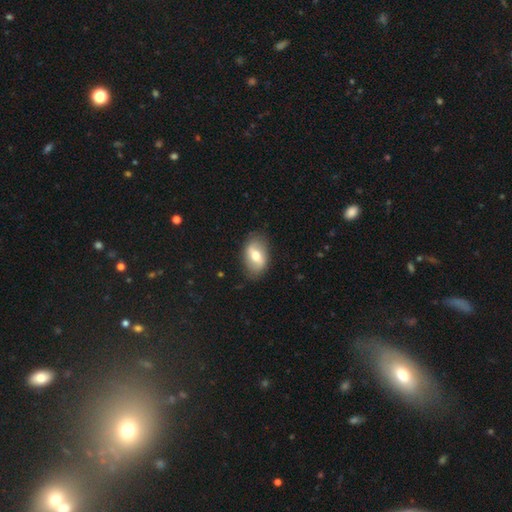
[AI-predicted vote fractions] Overall: smooth (54%; featured or disk 40%). How rounded: in between (87%). Merging: none (81%).